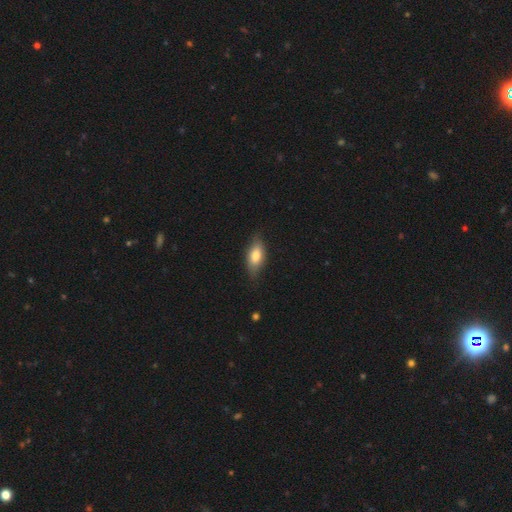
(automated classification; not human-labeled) Smooth or featured?
  - smooth: 75% *
  - featured or disk: 19%
  - star or artifact: 6%
How rounded?
  - in between: 83% *
  - cigar-shaped: 13%
  - round: 4%
Merging?
  - none: 78% *
  - minor disturbance: 18%
  - major disturbance: 3%
  - merger: 1%